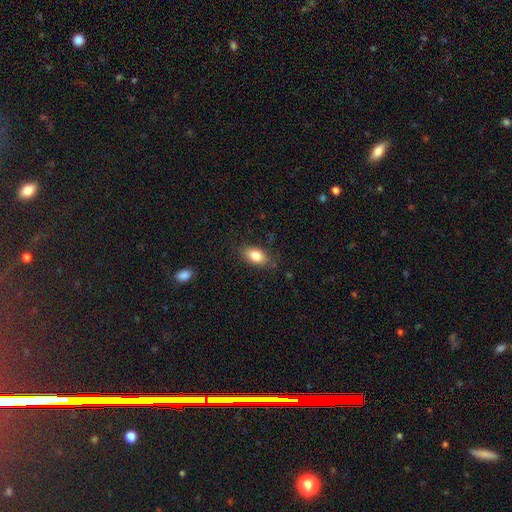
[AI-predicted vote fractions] Smooth or featured: smooth — 83% (featured or disk — 10%)
How rounded: in between — 89% (round — 8%)
Merging: none — 81% (minor disturbance — 14%)